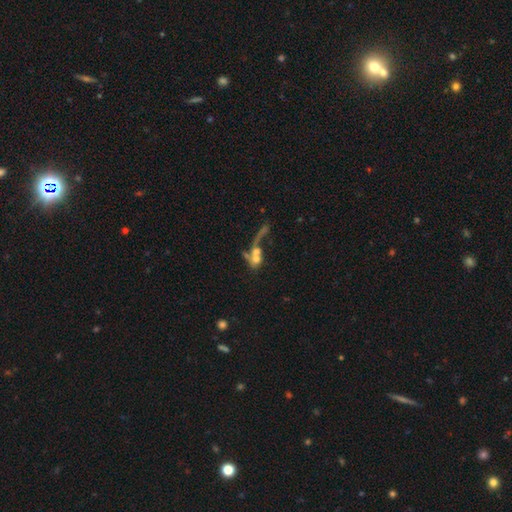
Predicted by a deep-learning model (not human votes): Morphology: type=smooth (47%); merging=merger (57%).